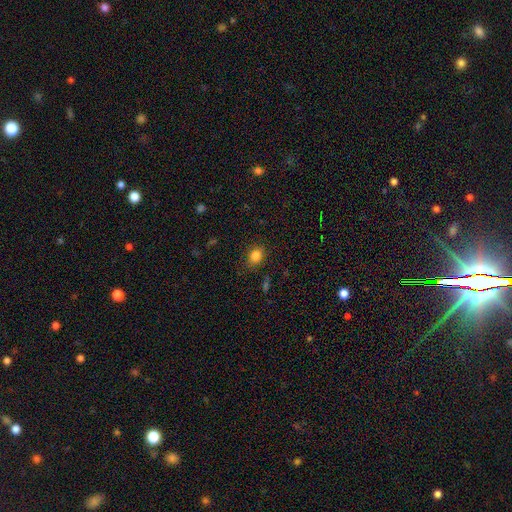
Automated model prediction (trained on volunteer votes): This is clearly a smooth galaxy (83%). How rounded: possibly round (59%). Merging: clearly none (85%).